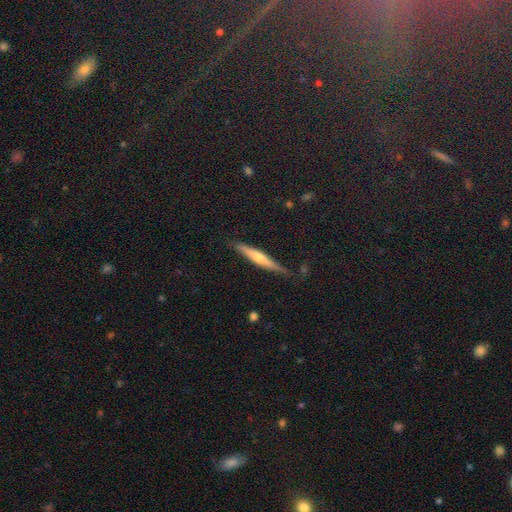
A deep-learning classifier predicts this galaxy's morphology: A featured or disk galaxy (62%) viewed edge-on (96%) with a rounded central bulge (80%).

Vote fractions:
- Smooth or featured? featured or disk: 62% / smooth: 25% / star or artifact: 13%
- Edge-on disk? yes: 96% / no: 4%
- Edge-on bulge? rounded: 80% / none: 14% / boxy: 7%
- Merging? none: 86% / minor disturbance: 10% / major disturbance: 2% / merger: 2%